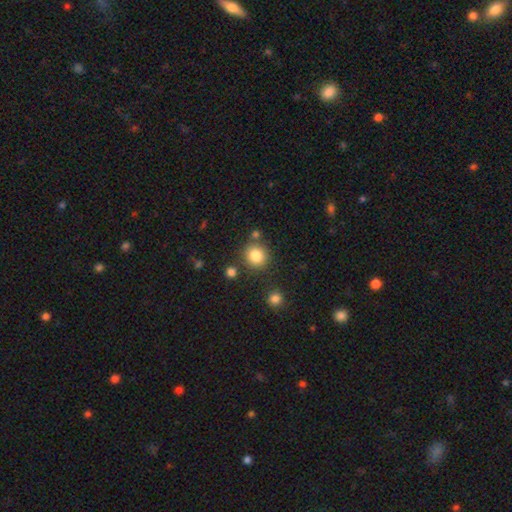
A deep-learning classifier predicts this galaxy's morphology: Q: Smooth or featured?
A: smooth (83%); runner-up: star or artifact (11%)
Q: How rounded?
A: round (88%); runner-up: in between (12%)
Q: Merging?
A: none (80%); runner-up: minor disturbance (9%)